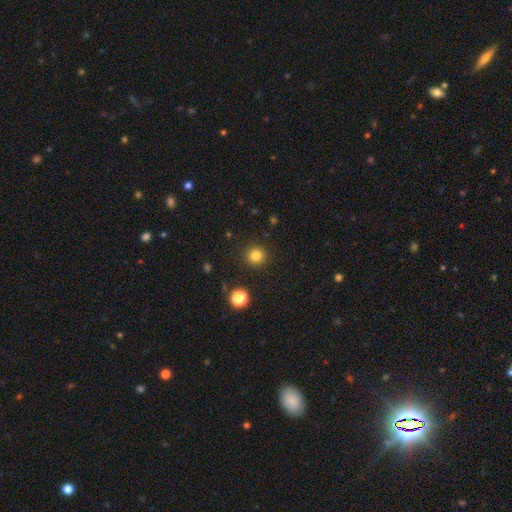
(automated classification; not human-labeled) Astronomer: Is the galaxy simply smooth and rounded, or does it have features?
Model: smooth — 82%.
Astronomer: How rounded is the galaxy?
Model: round — 94%.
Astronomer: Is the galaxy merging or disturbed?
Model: none — 91%.